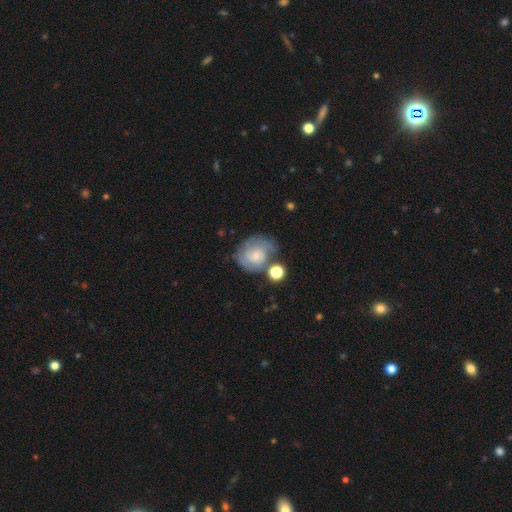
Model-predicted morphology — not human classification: Smooth or featured? Predicted: featured or disk (p=0.60). Edge-on disk? Predicted: no (p=0.98). Bar? Predicted: no (p=0.68). Spiral arms? Predicted: yes (p=0.85). Bulge size? Predicted: small (p=0.55). Merging? Predicted: none (p=0.50).